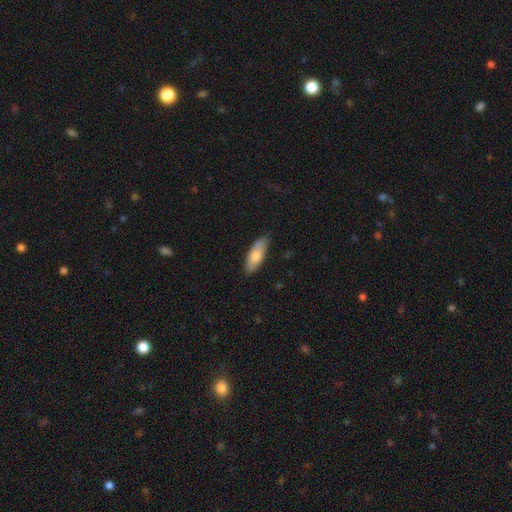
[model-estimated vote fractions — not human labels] The model was most divided on "how rounded": in between: 73%, cigar-shaped: 25%, round: 2%. More confident: merging — none (78%); smooth or featured — smooth (75%).